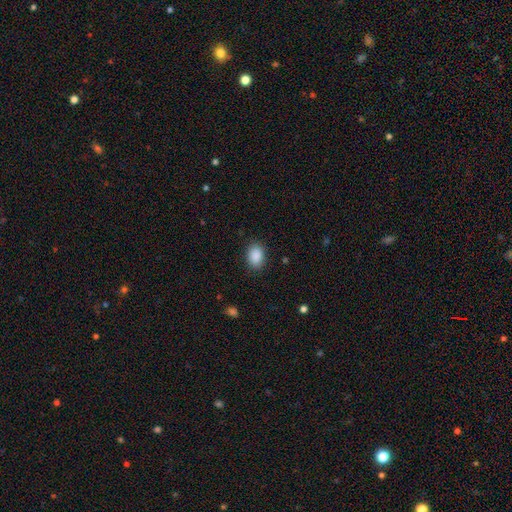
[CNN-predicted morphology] smooth_or_featured: smooth (p=0.90) [alt: star or artifact p=0.08]
how_rounded: in between (p=0.77) [alt: round p=0.22]
merging: none (p=0.86) [alt: minor disturbance p=0.10]